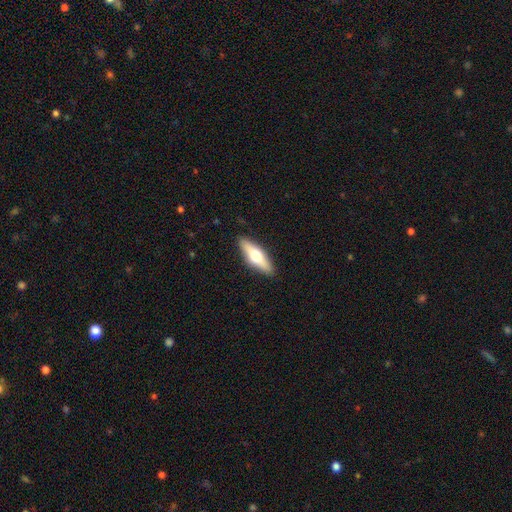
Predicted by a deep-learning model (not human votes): smooth_or_featured: smooth (p=0.50) [alt: featured or disk p=0.45]
merging: none (p=0.89) [alt: minor disturbance p=0.08]